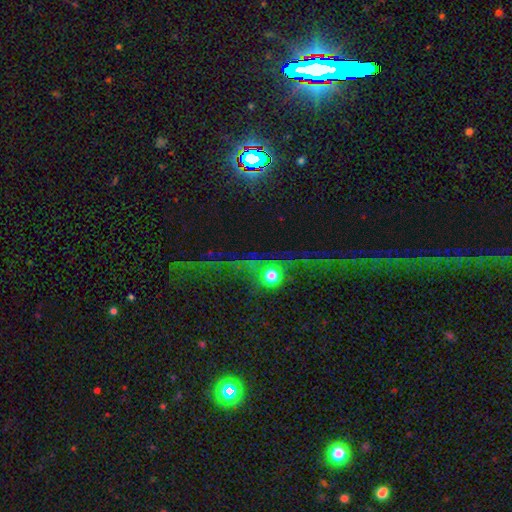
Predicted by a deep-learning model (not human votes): smooth-or-featured: star or artifact: 54% | smooth: 24% | featured or disk: 22%